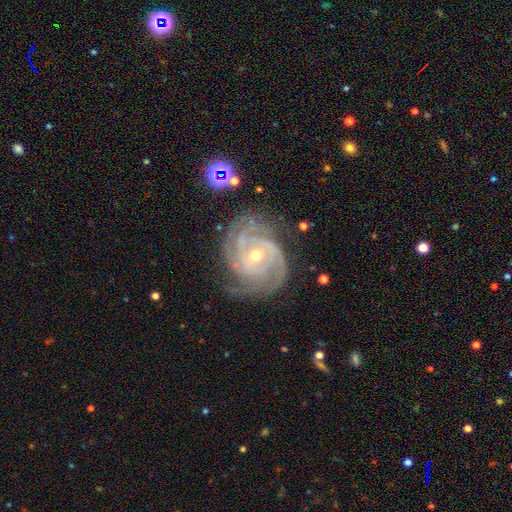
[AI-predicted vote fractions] smooth-or-featured: featured or disk: 91% | star or artifact: 5% | smooth: 4%
  disk-edge-on: no: 98% | yes: 2%
    bar: no: 60% | weak: 30% | strong: 10%
    has-spiral-arms: yes: 98% | no: 2%
      spiral-winding: tight: 72% | medium: 25% | loose: 3%
      spiral-arm-count: 3: 33% | 4: 26% | can't tell: 14% | 2: 13% | more than 4: 7% | 1: 6%
    bulge-size: small: 56% | moderate: 41% | large: 1% | none: 1% | dominant: 1%
  merging: none: 74% | minor disturbance: 18% | major disturbance: 6% | merger: 2%